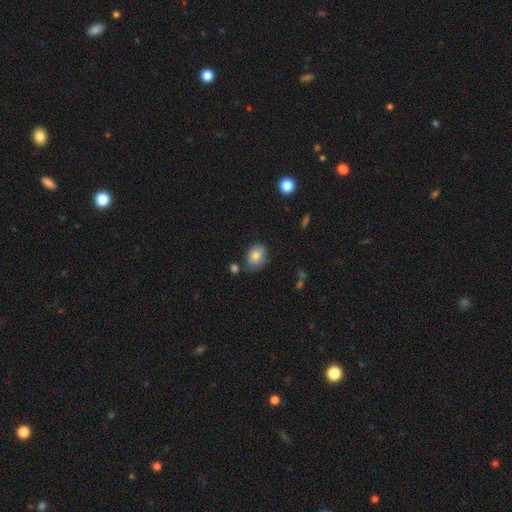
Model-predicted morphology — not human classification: A smooth galaxy with no disk features (83%) that is in between round and cigar-shaped (68%). Merging: none (67%).